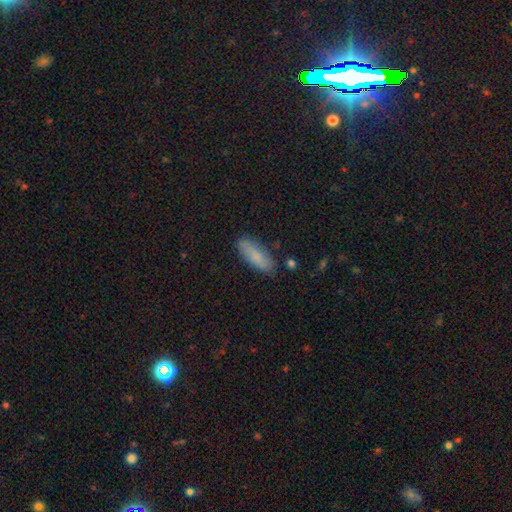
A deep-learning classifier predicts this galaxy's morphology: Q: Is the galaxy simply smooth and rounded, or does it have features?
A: smooth — 80%.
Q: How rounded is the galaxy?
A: in between — 62%.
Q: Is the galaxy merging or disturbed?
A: none — 82%.